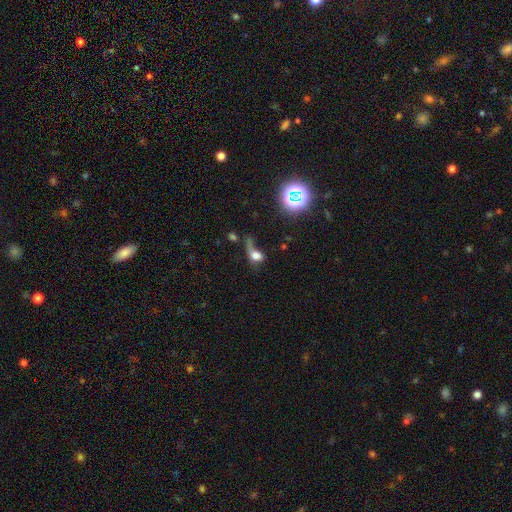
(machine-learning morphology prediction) smooth-or-featured: smooth: 59% | featured or disk: 23% | star or artifact: 18%
  how-rounded: in between: 51% | round: 43% | cigar-shaped: 5%
  merging: major disturbance: 45% | none: 22% | minor disturbance: 17% | merger: 16%